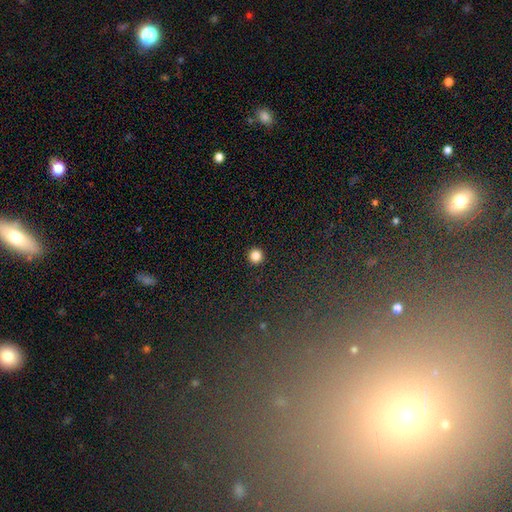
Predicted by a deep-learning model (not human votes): Smooth or featured? Predicted: smooth (p=0.84). How rounded? Predicted: round (p=0.96). Merging? Predicted: none (p=0.93).